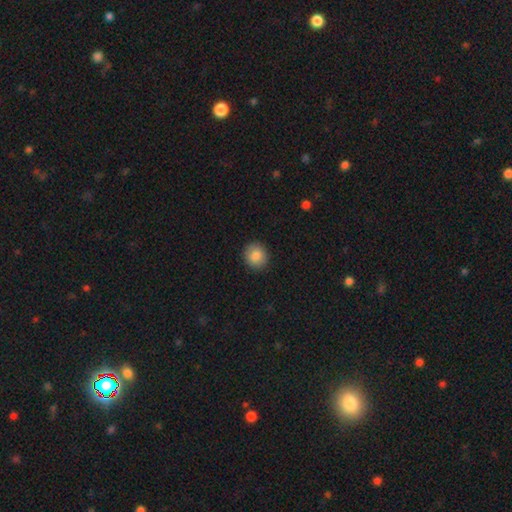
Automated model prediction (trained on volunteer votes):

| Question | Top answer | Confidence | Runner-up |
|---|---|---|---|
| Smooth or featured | smooth | 84% | star or artifact (8%) |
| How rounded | round | 86% | in between (13%) |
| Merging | none | 91% | minor disturbance (6%) |